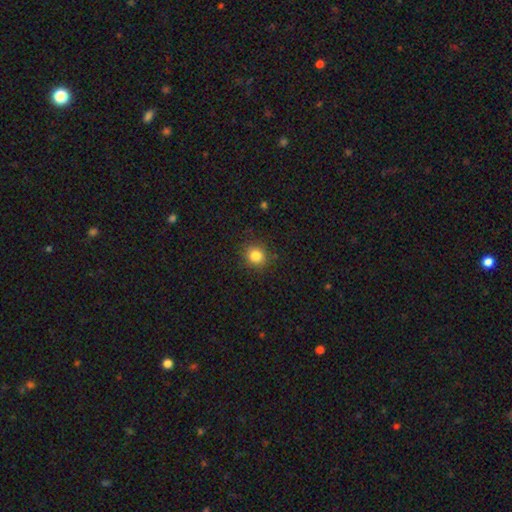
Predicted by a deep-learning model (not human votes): A smooth galaxy with no disk features (83%) that is round (86%).

Vote fractions:
- Smooth or featured? smooth: 83% / star or artifact: 12% / featured or disk: 5%
- How rounded? round: 86% / in between: 13% / cigar-shaped: 1%
- Merging? none: 88% / minor disturbance: 8% / major disturbance: 3% / merger: 1%